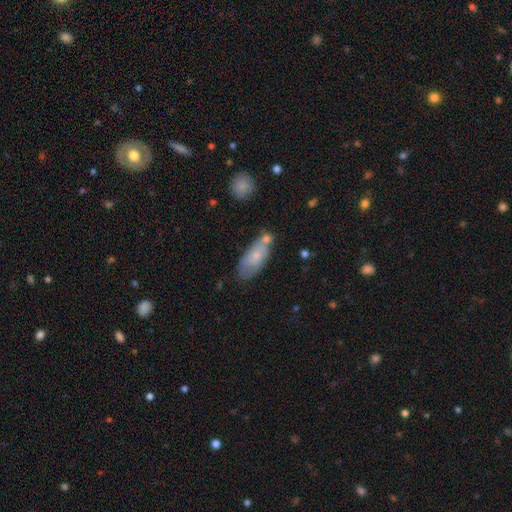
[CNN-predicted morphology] Smooth or featured?
  - smooth: 67% *
  - featured or disk: 27%
  - star or artifact: 7%
How rounded?
  - in between: 79% *
  - cigar-shaped: 18%
  - round: 3%
Merging?
  - none: 49% *
  - minor disturbance: 24%
  - merger: 21%
  - major disturbance: 6%